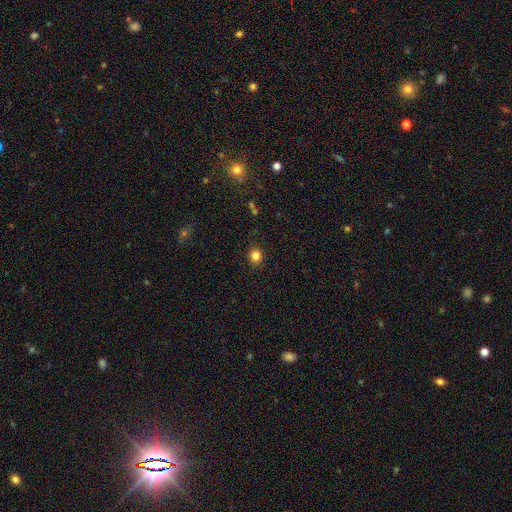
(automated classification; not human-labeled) Smooth or featured: smooth — 83% (star or artifact — 12%)
How rounded: round — 81% (in between — 18%)
Merging: none — 90% (minor disturbance — 7%)